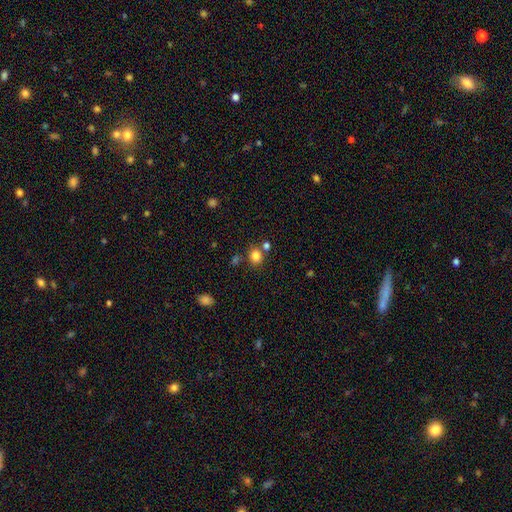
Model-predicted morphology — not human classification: A smooth galaxy with no disk features (82%) that is round (68%).

Vote fractions:
- Smooth or featured? smooth: 82% / star or artifact: 13% / featured or disk: 5%
- How rounded? round: 68% / in between: 31% / cigar-shaped: 1%
- Merging? none: 71% / merger: 15% / minor disturbance: 10% / major disturbance: 4%